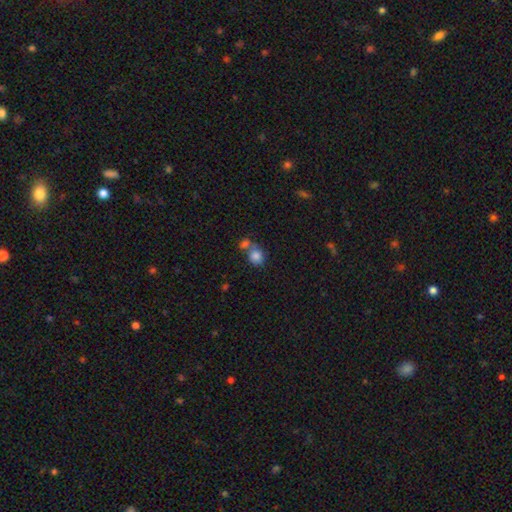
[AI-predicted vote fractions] Smooth or featured? smooth (82%)
How rounded? round (63%)
Merging? none (43%)